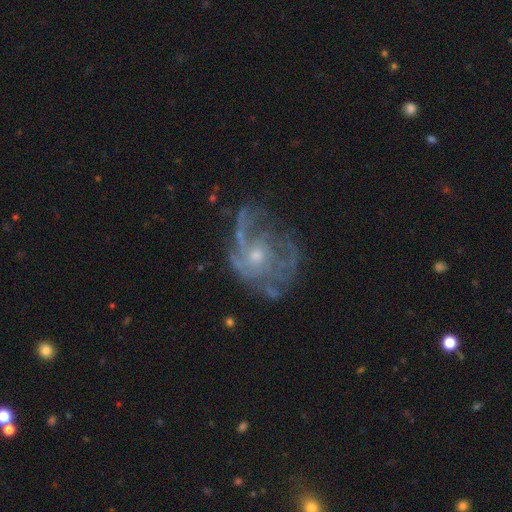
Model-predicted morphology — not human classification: type=featured or disk (81%); edge-on=no (98%); bar=no (76%); spiral arms=yes (84%); winding=medium (41%); arm count=can't tell (34%); bulge=small (62%); merging=none (51%).